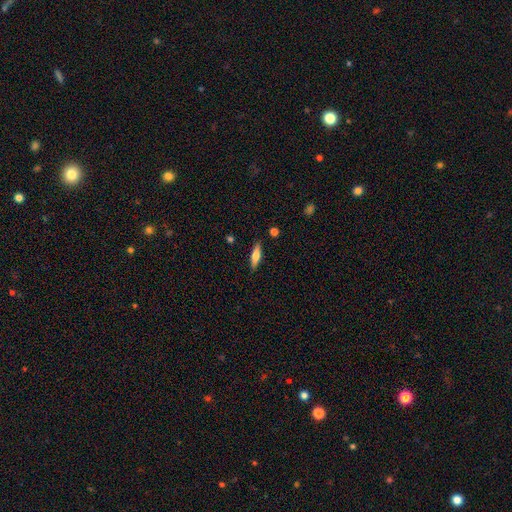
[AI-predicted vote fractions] This appears to be a smooth galaxy with no disk features (60%) that is cigar-shaped (65%). Merging: none (87%).